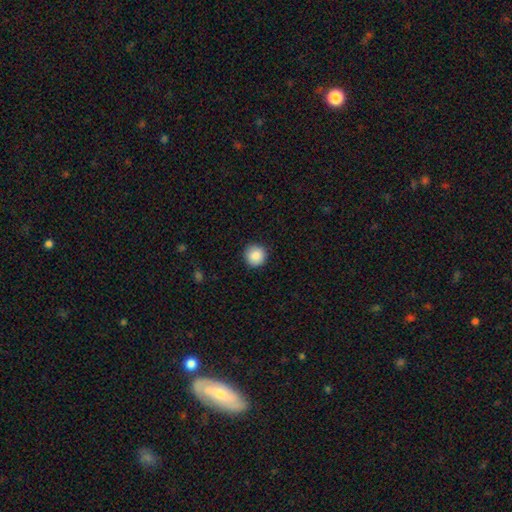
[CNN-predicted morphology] This is clearly a smooth galaxy (88%). How rounded: clearly round (95%). Merging: clearly none (91%).